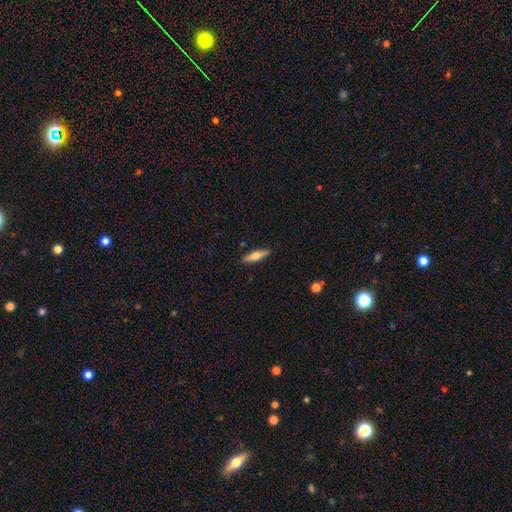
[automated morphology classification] Smooth or featured? Predicted: smooth (p=0.65). How rounded? Predicted: cigar-shaped (p=0.62). Merging? Predicted: none (p=0.88).